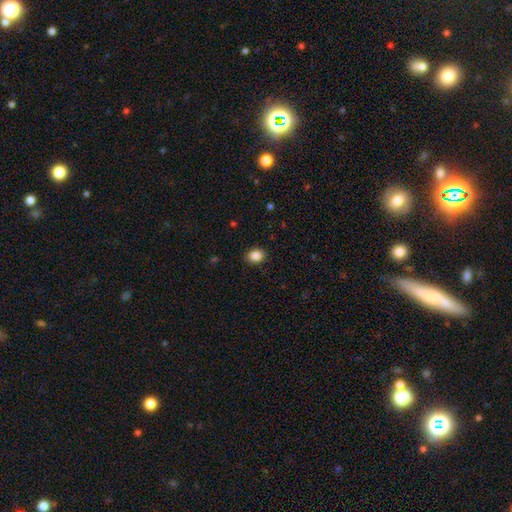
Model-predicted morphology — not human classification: Smooth or featured? Predicted: smooth (p=0.87). How rounded? Predicted: in between (p=0.58). Merging? Predicted: none (p=0.88).